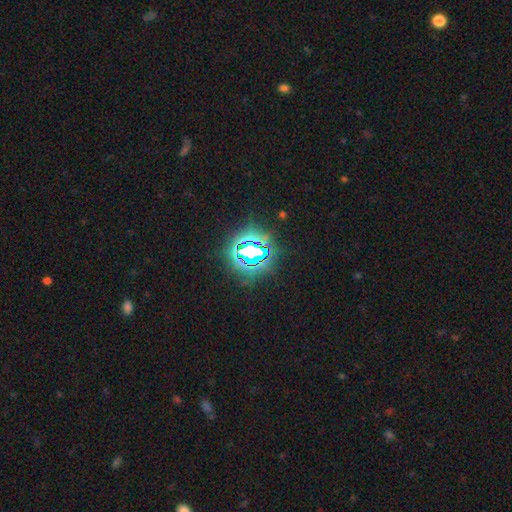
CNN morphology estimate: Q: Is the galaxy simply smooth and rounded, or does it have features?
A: star or artifact — 78%.